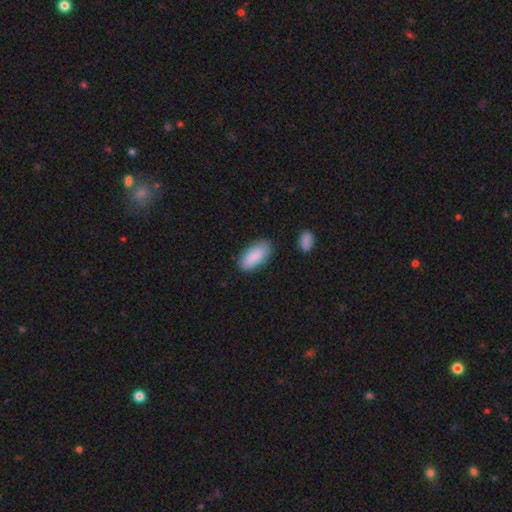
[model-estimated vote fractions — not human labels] Smooth or featured? smooth (88%)
How rounded? in between (89%)
Merging? none (81%)